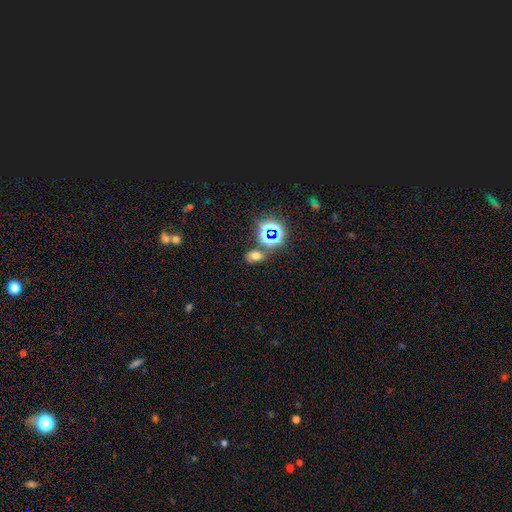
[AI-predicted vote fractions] A smooth galaxy with no disk features (53%) that is in between round and cigar-shaped (79%). Merging: none (66%).